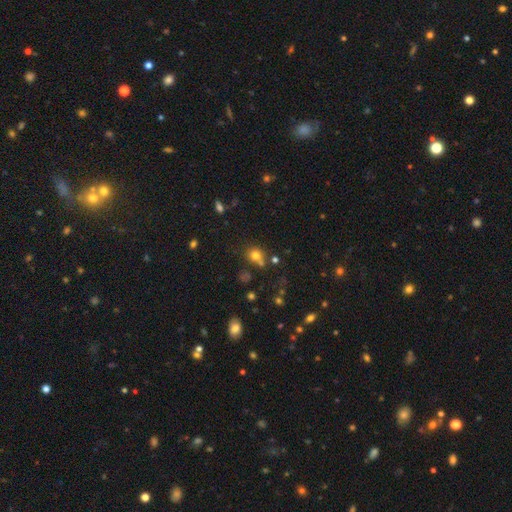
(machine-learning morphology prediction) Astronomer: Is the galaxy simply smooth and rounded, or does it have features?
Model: smooth — 74%.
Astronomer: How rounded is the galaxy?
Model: round — 75%.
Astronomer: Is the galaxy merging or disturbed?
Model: none — 60%.